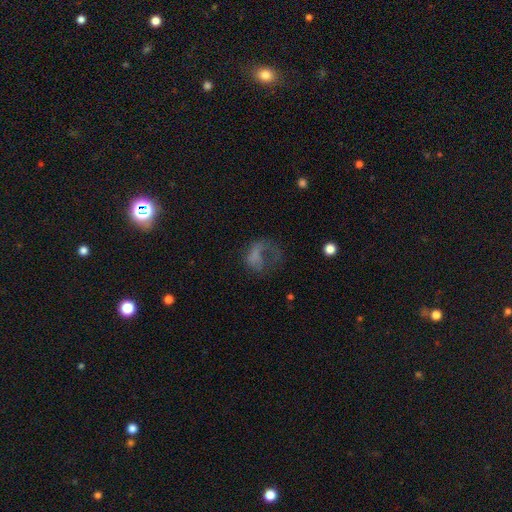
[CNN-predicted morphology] smooth-or-featured: smooth: 45% | featured or disk: 38% | star or artifact: 17%
  merging: major disturbance: 57% | none: 25% | minor disturbance: 14% | merger: 4%